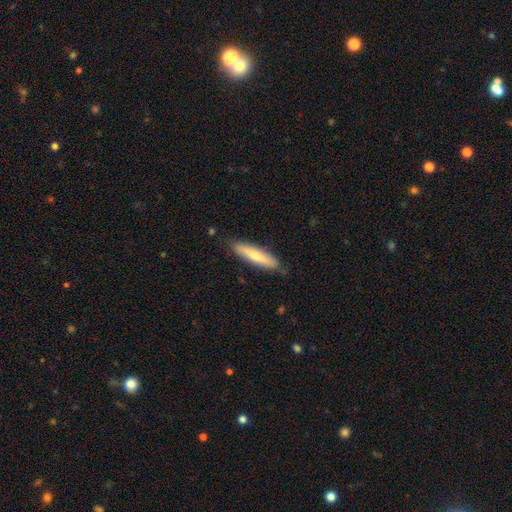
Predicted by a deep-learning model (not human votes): Smooth or featured: smooth — 65% (featured or disk — 30%)
How rounded: cigar-shaped — 83% (in between — 16%)
Merging: none — 84% (minor disturbance — 13%)